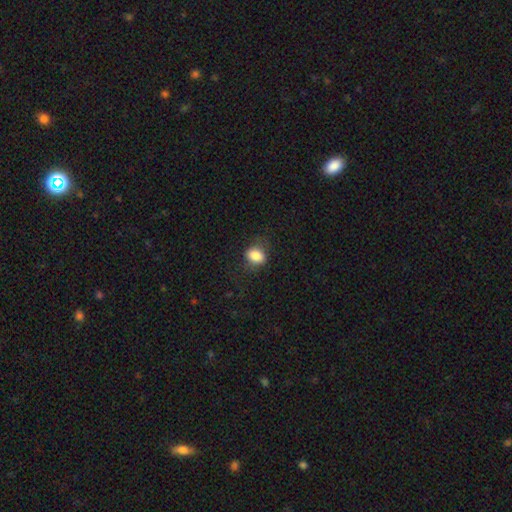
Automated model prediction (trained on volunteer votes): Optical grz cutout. It shows a smooth galaxy with no disk features (84%) that is in between round and cigar-shaped (62%). Merging: none (73%).